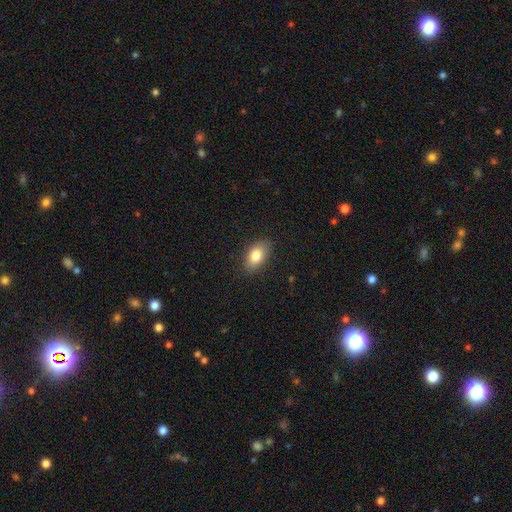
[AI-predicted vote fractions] A smooth galaxy with no disk features (79%) that is in between round and cigar-shaped (90%). Merging: none (85%).